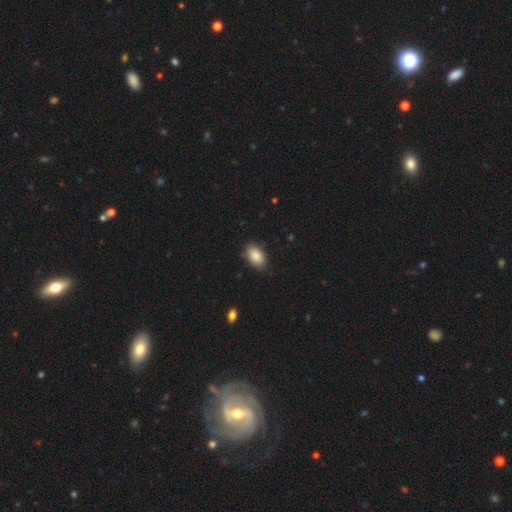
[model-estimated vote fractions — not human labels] smooth-or-featured: smooth: 88% | star or artifact: 7% | featured or disk: 5%
  how-rounded: in between: 92% | round: 7% | cigar-shaped: 1%
  merging: none: 83% | minor disturbance: 13% | major disturbance: 3% | merger: 1%